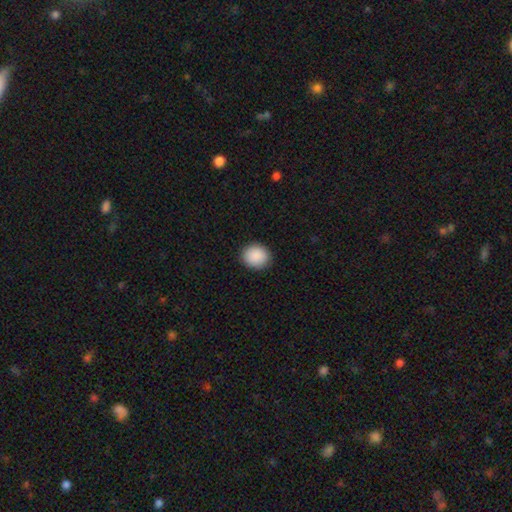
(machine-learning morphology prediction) smooth_or_featured: smooth (p=0.90) [alt: star or artifact p=0.07]
how_rounded: round (p=0.75) [alt: in between p=0.25]
merging: none (p=0.91) [alt: minor disturbance p=0.07]